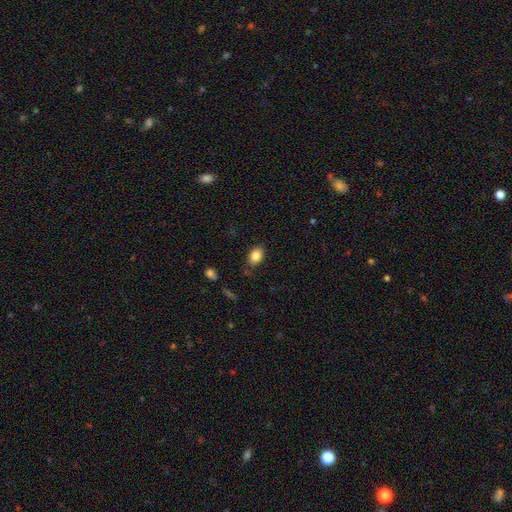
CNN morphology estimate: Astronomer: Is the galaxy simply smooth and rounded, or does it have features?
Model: smooth — 84%.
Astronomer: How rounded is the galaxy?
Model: in between — 81%.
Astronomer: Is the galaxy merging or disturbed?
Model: none — 82%.